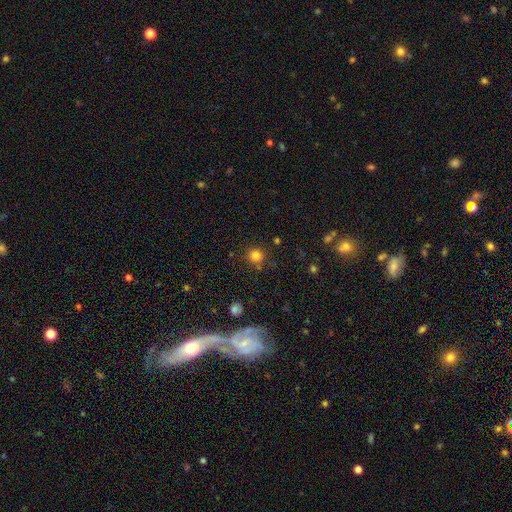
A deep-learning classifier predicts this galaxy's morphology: Q: Smooth or featured?
A: smooth (81%); runner-up: star or artifact (14%)
Q: How rounded?
A: round (90%); runner-up: in between (9%)
Q: Merging?
A: none (82%); runner-up: minor disturbance (10%)